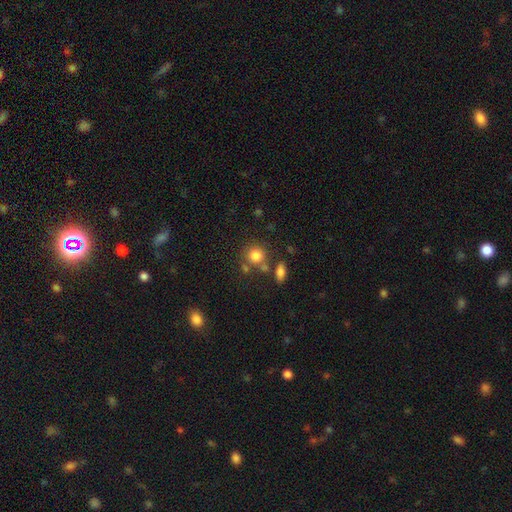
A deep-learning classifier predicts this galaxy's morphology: smooth-or-featured: smooth: 81% | star or artifact: 11% | featured or disk: 8%
  how-rounded: round: 85% | in between: 13% | cigar-shaped: 1%
  merging: none: 66% | merger: 17% | minor disturbance: 12% | major disturbance: 5%